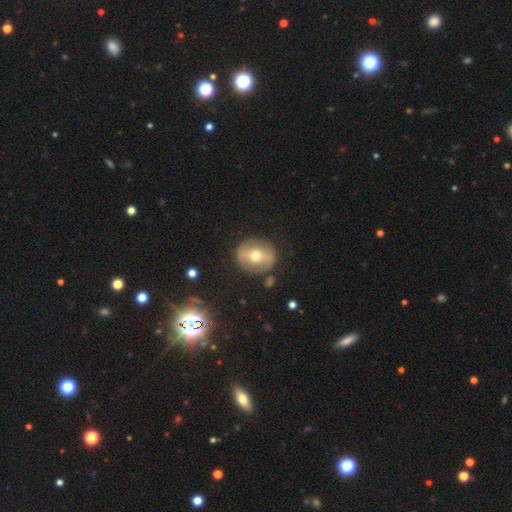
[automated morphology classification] Overall: featured or disk (47%; smooth 45%). Merging: none (85%).